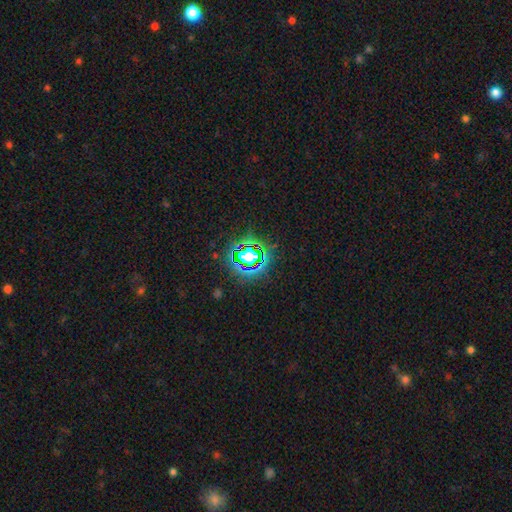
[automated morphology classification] smooth-or-featured: star or artifact: 78% | smooth: 14% | featured or disk: 8%